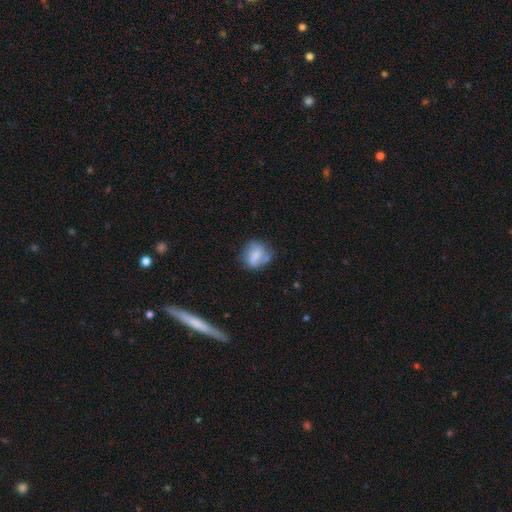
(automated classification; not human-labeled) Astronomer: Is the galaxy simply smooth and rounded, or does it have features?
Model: smooth — 58% (runner-up: featured or disk, 33%).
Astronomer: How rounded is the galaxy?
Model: round — 58% (runner-up: in between, 40%).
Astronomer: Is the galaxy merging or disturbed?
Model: none — 50% (runner-up: minor disturbance, 29%).